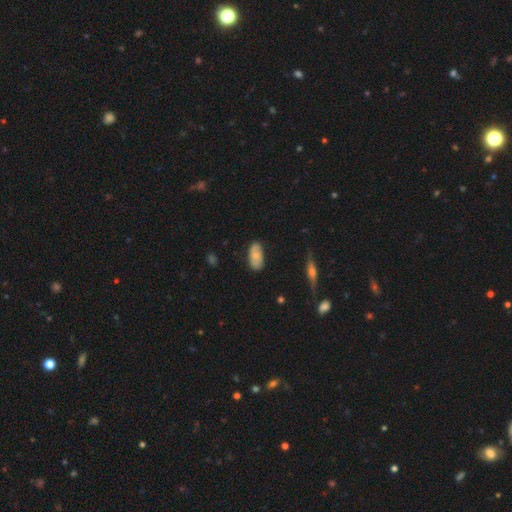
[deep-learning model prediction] Q: Smooth or featured?
A: smooth (70%); runner-up: featured or disk (23%)
Q: How rounded?
A: in between (92%); runner-up: cigar-shaped (5%)
Q: Merging?
A: none (77%); runner-up: minor disturbance (18%)